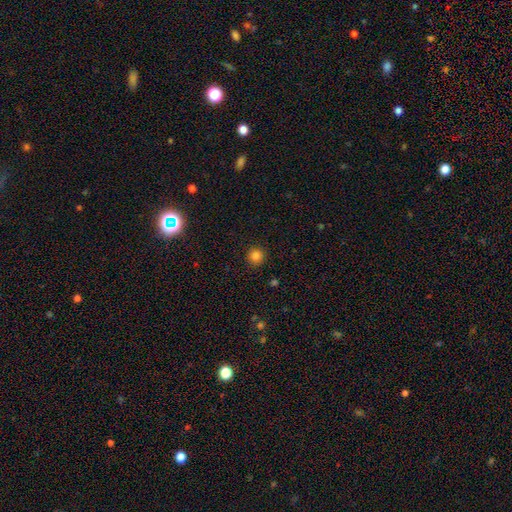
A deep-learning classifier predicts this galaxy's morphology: Smooth or featured?
  - smooth: 82% *
  - star or artifact: 13%
  - featured or disk: 5%
How rounded?
  - round: 94% *
  - in between: 5%
  - cigar-shaped: 1%
Merging?
  - none: 92% *
  - minor disturbance: 5%
  - major disturbance: 2%
  - merger: 1%